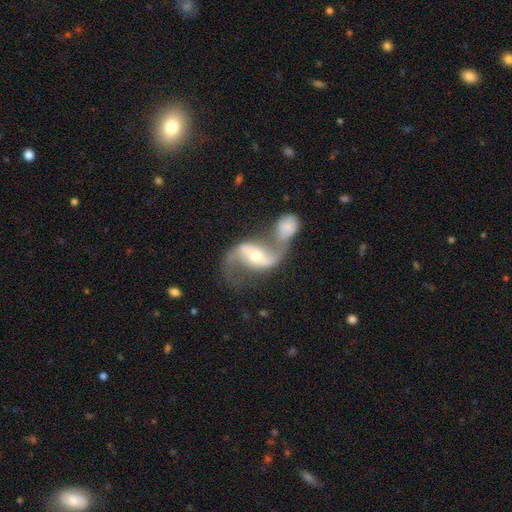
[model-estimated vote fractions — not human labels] This is clearly a featured or disk galaxy (87%). It is clearly not viewed edge-on (96%). Bar: marginally strong (44%). Spiral arm pattern: clearly yes (94%). Spiral arm count: clearly 2 (91%). Spiral winding: likely loose (74%). Central bulge: possibly moderate (56%). Merging: possibly merger (55%).